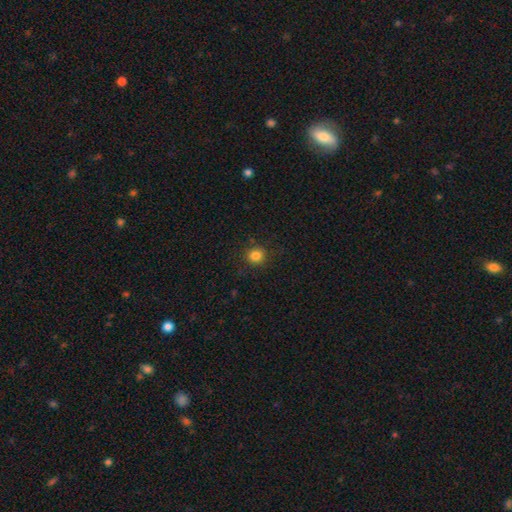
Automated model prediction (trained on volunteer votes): The model was most divided on "smooth or featured": smooth: 83%, star or artifact: 12%, featured or disk: 5%. More confident: how rounded — round (89%); merging — none (88%).